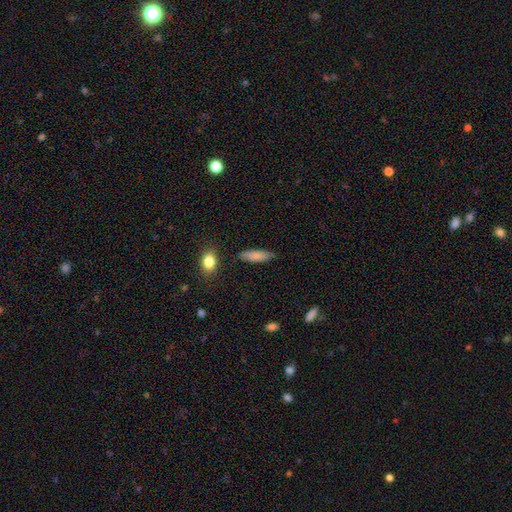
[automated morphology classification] type=smooth (83%); roundness=in between (51%); merging=none (81%).